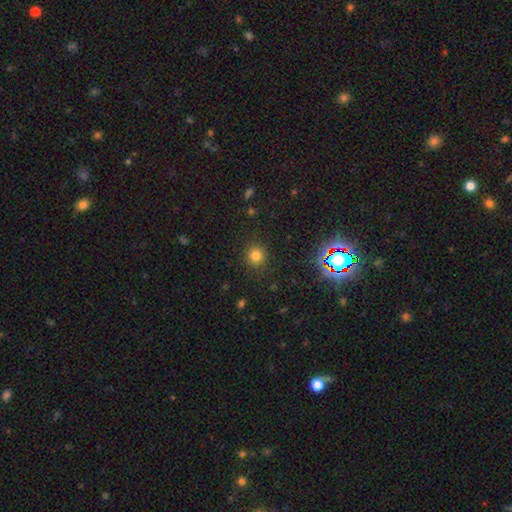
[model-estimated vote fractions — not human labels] This appears to be a smooth galaxy with no disk features (78%) that is round (91%). Merging: none (89%).